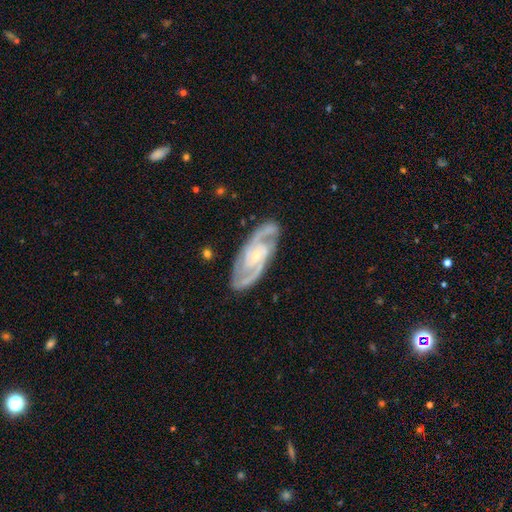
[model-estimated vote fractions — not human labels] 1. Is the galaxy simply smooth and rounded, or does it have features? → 91% featured or disk, 5% smooth, 4% star or artifact.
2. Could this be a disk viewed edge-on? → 95% no, 5% yes.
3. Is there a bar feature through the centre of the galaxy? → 50% no, 35% weak, 14% strong.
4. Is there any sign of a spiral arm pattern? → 98% yes, 2% no.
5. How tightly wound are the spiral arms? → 48% tight, 45% medium, 7% loose.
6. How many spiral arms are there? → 68% 2, 18% 3, 5% can't tell, 4% 4, 2% 1, 2% more than 4.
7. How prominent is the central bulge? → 71% small, 22% moderate, 5% none, 1% large, 1% dominant.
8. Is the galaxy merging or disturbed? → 83% none, 13% minor disturbance, 3% major disturbance, 1% merger.